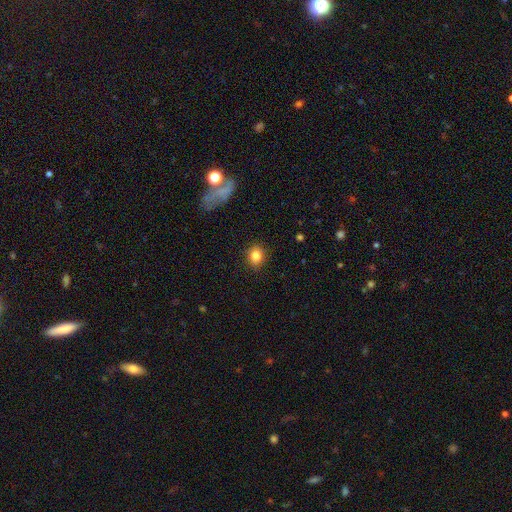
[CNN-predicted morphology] The model was most divided on "how rounded": round: 59%, in between: 40%, cigar-shaped: 1%. More confident: merging — none (87%); smooth or featured — smooth (83%).